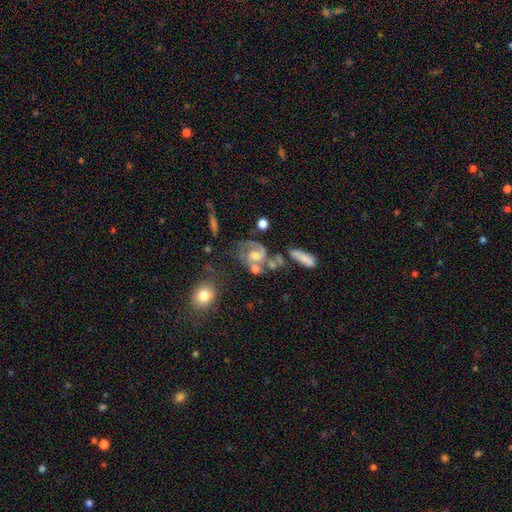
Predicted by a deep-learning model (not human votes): smooth_or_featured: featured or disk (p=0.73) [alt: smooth p=0.18]
disk_edge_on: no (p=0.96) [alt: yes p=0.04]
bar: no (p=0.63) [alt: weak p=0.30]
has_spiral_arms: yes (p=0.87) [alt: no p=0.13]
spiral_winding: medium (p=0.45) [alt: tight p=0.37]
spiral_arm_count: 2 (p=0.64) [alt: can't tell p=0.15]
bulge_size: moderate (p=0.58) [alt: small p=0.22]
merging: none (p=0.36) [alt: merger p=0.24]